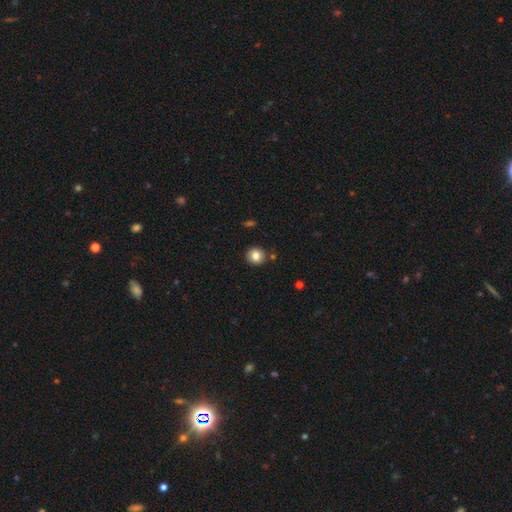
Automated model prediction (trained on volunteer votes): The model was most divided on "how rounded": round: 86%, in between: 13%, cigar-shaped: 1%. More confident: merging — none (86%); smooth or featured — smooth (84%).